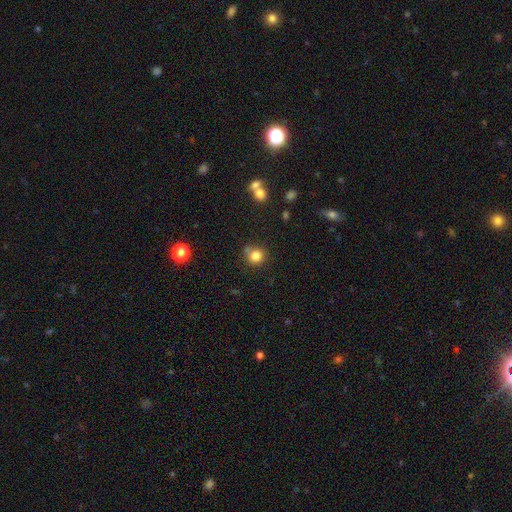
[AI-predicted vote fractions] Q: Smooth or featured?
A: smooth (82%); runner-up: star or artifact (12%)
Q: How rounded?
A: round (89%); runner-up: in between (10%)
Q: Merging?
A: none (71%); runner-up: minor disturbance (13%)